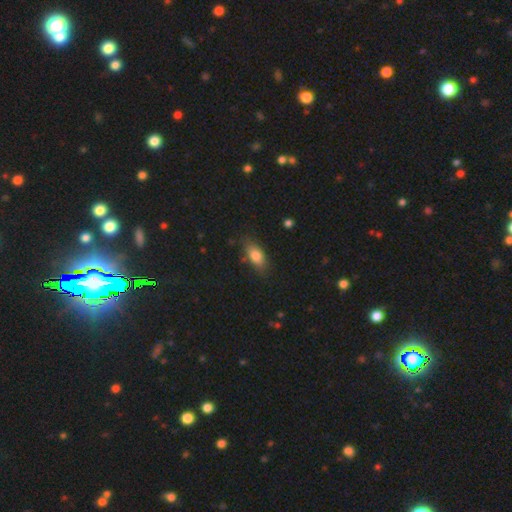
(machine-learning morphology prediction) Smooth or featured? Predicted: smooth (p=0.79). How rounded? Predicted: in between (p=0.83). Merging? Predicted: none (p=0.78).